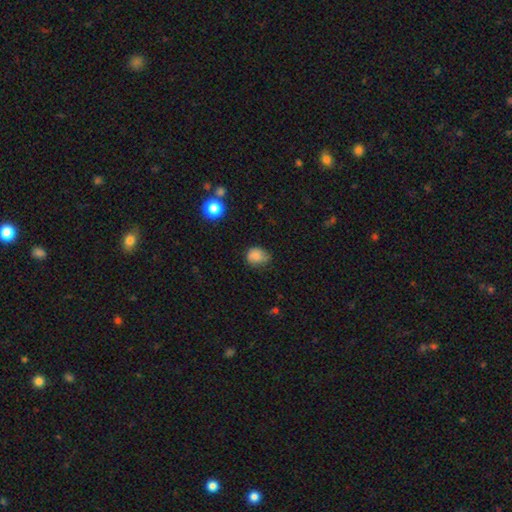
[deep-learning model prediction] Smooth or featured: smooth — 80% (featured or disk — 10%)
How rounded: round — 50% (in between — 49%)
Merging: none — 53% (minor disturbance — 36%)